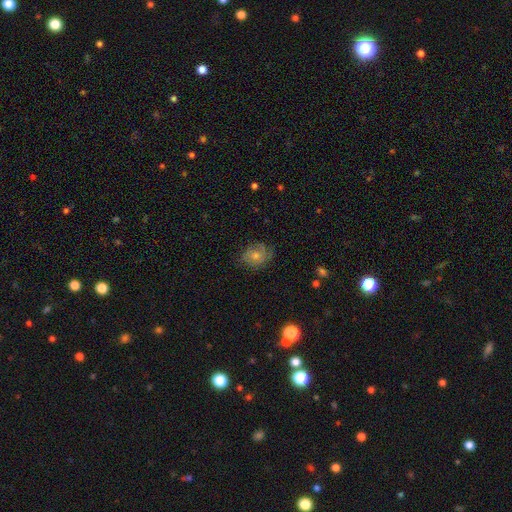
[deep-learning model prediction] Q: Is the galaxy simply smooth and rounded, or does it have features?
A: featured or disk — 48%.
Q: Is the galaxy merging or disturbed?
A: none — 72%.